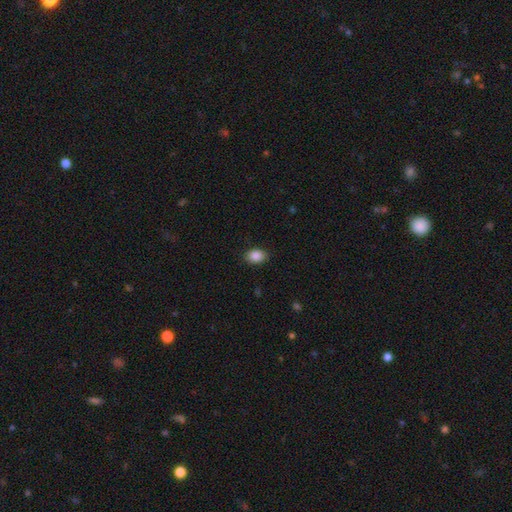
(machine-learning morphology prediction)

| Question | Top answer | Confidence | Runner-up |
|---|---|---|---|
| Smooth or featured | smooth | 88% | star or artifact (8%) |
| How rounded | in between | 77% | round (22%) |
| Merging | none | 88% | minor disturbance (9%) |